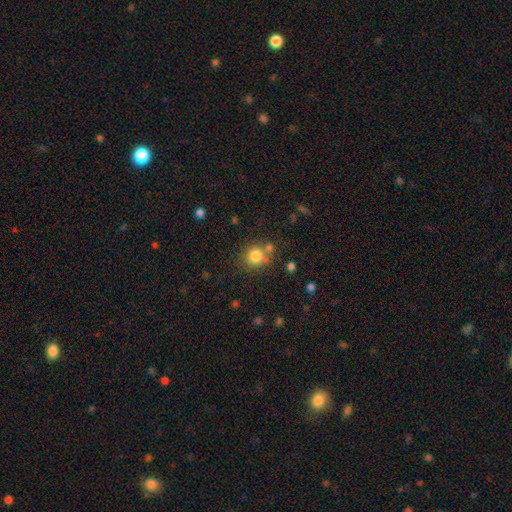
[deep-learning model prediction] smooth 81%, star or artifact 12%, featured or disk 7%. Down the decision tree: how rounded — round (83%); merging — none (67%).